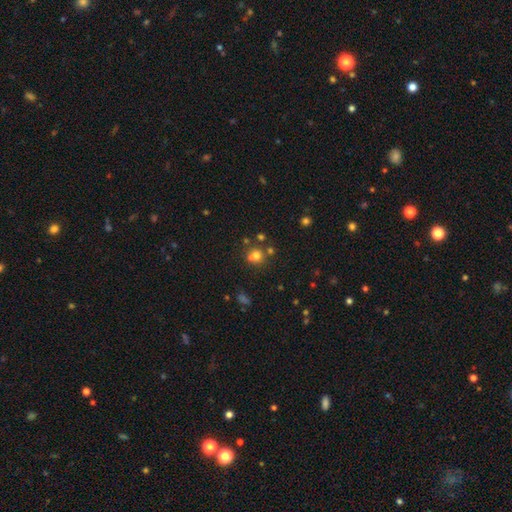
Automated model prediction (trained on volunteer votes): Q: Smooth or featured?
A: smooth (66%); runner-up: star or artifact (21%)
Q: How rounded?
A: round (87%); runner-up: in between (12%)
Q: Merging?
A: none (56%); runner-up: merger (32%)